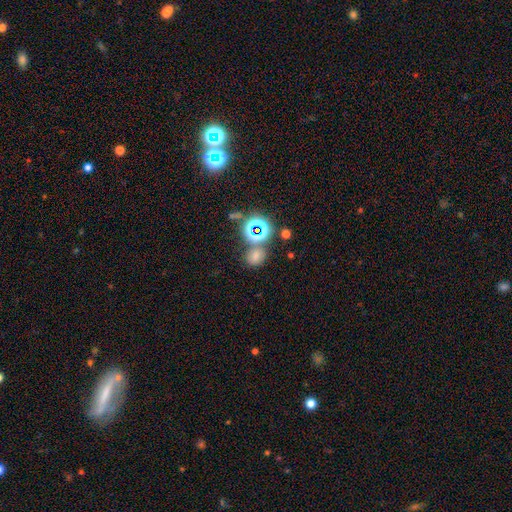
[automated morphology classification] A smooth galaxy with no disk features (58%) that is round (59%). Merging: none (67%).